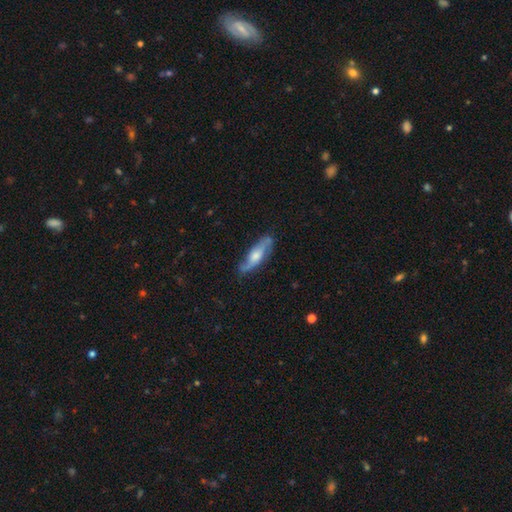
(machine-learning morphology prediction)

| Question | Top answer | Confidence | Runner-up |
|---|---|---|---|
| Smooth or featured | featured or disk | 64% | smooth (30%) |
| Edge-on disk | no | 64% | yes (36%) |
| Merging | none | 75% | minor disturbance (18%) |